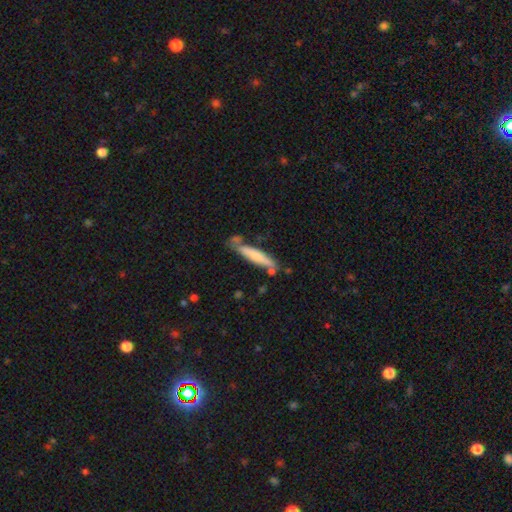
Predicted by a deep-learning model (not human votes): Overall: smooth (66%; featured or disk 29%). How rounded: cigar-shaped (87%). Merging: none (62%).